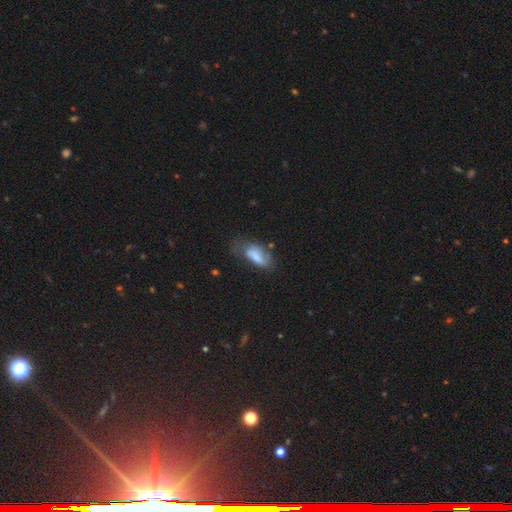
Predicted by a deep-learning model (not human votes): This appears to be a smooth galaxy with no disk features (68%) that is in between round and cigar-shaped (84%). Merging: none (39%).